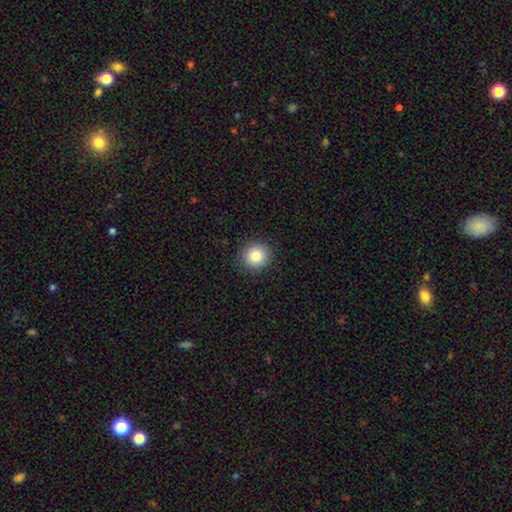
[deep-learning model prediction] The model was most divided on "smooth or featured": smooth: 83%, star or artifact: 10%, featured or disk: 7%. More confident: merging — none (91%); how rounded — round (90%).